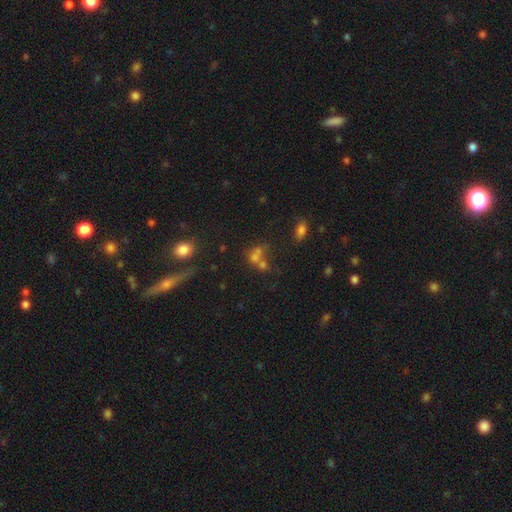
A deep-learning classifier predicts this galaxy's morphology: Smooth or featured: smooth — 56% (star or artifact — 26%)
How rounded: round — 66% (in between — 32%)
Merging: merger — 48% (none — 37%)